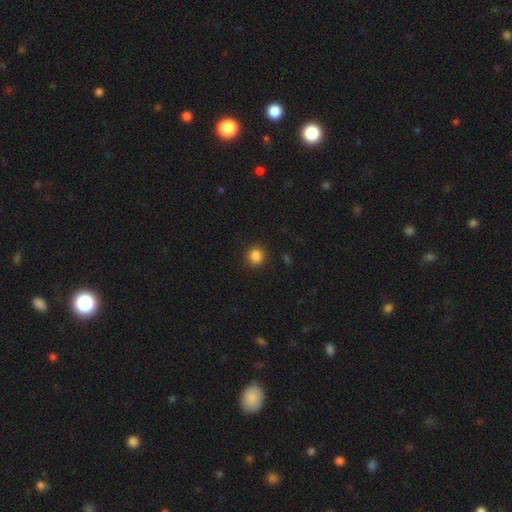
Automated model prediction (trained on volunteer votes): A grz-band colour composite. It shows a smooth galaxy with no disk features (86%) that is round (91%). Merging: none (92%).